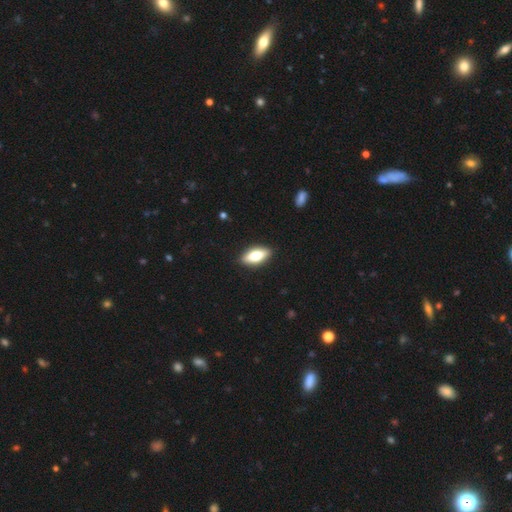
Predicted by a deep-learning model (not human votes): Smooth or featured?
  - smooth: 66% *
  - featured or disk: 28%
  - star or artifact: 6%
How rounded?
  - in between: 79% *
  - cigar-shaped: 18%
  - round: 3%
Merging?
  - none: 89% *
  - minor disturbance: 8%
  - major disturbance: 2%
  - merger: 1%